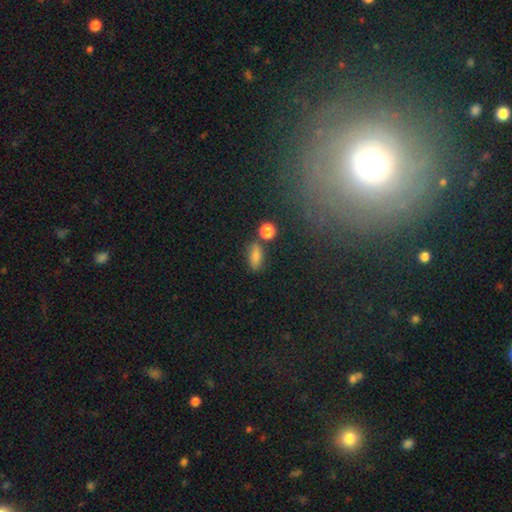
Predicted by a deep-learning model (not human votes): Q: Smooth or featured?
A: smooth (77%); runner-up: star or artifact (12%)
Q: How rounded?
A: in between (68%); runner-up: cigar-shaped (21%)
Q: Merging?
A: none (72%); runner-up: minor disturbance (15%)